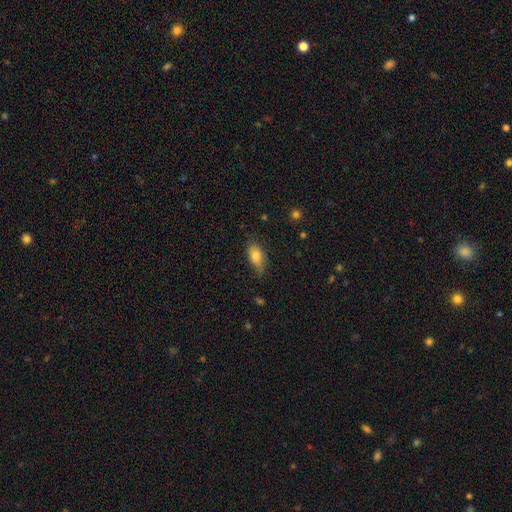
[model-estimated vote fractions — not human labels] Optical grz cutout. It shows a smooth galaxy with no disk features (79%) that is in between round and cigar-shaped (89%). Merging: none (69%).